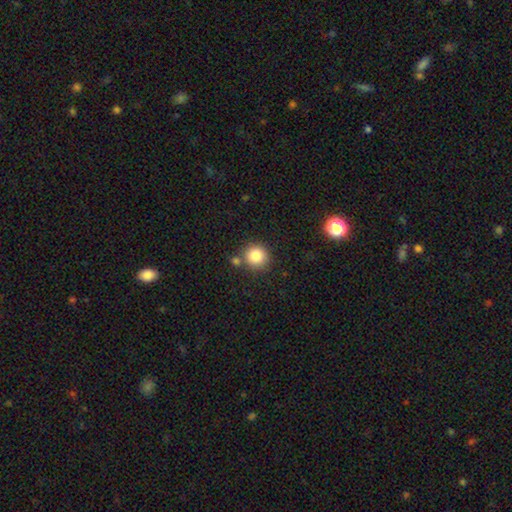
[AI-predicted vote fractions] Smooth or featured? Predicted: smooth (p=0.83). How rounded? Predicted: round (p=0.91). Merging? Predicted: none (p=0.74).